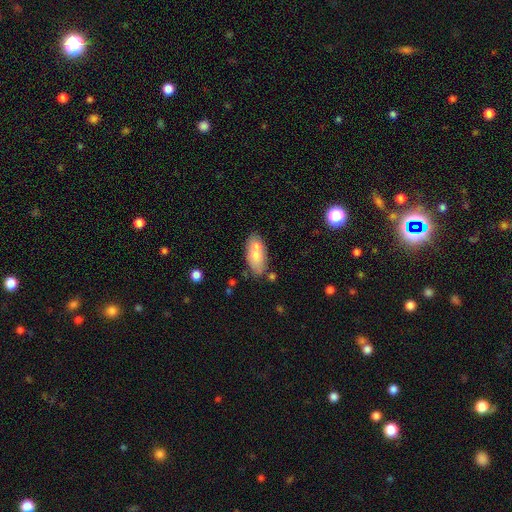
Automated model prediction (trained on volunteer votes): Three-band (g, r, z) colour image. It shows a smooth galaxy with no disk features (68%) that is in between round and cigar-shaped (87%). Merging: none (52%).